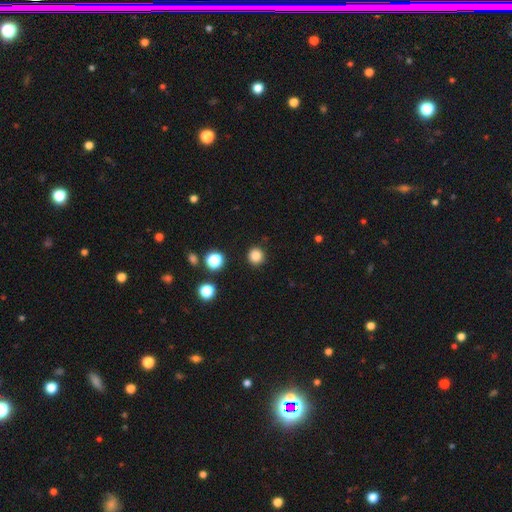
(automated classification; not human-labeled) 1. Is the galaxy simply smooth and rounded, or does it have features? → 84% smooth, 12% star or artifact, 4% featured or disk.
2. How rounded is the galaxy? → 93% round, 6% in between, 1% cigar-shaped.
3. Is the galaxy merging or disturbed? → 91% none, 6% minor disturbance, 2% major disturbance, 2% merger.